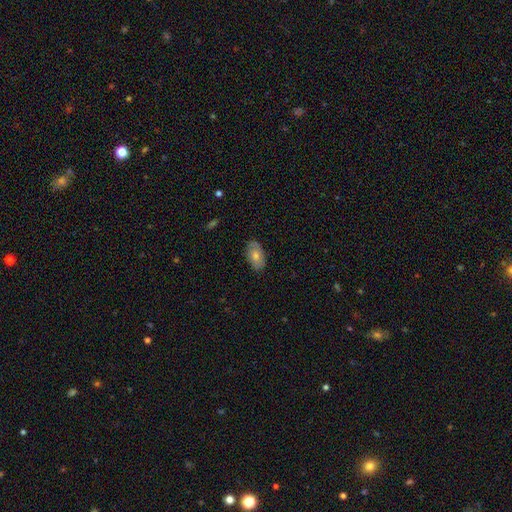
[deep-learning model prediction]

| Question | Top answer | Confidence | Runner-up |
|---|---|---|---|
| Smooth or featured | smooth | 61% | featured or disk (31%) |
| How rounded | in between | 92% | round (6%) |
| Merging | none | 84% | minor disturbance (13%) |